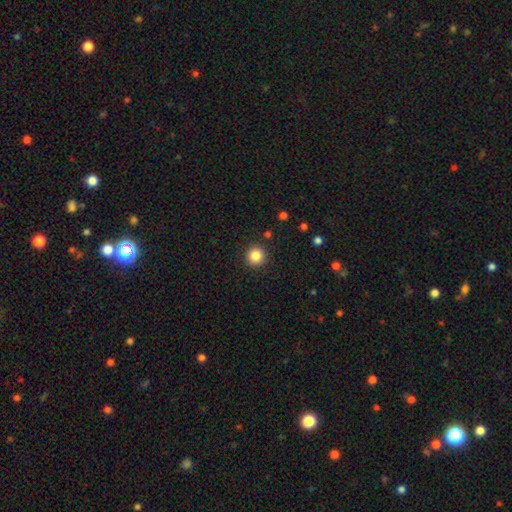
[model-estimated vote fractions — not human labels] This is clearly a smooth galaxy (85%). How rounded: clearly round (94%). Merging: clearly none (91%).